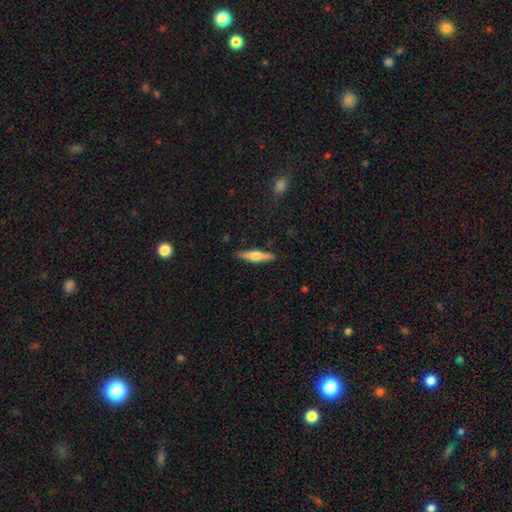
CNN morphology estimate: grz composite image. It shows a featured or disk galaxy (53%) viewed edge-on (96%) with a rounded central bulge (85%). Merging: none (89%).